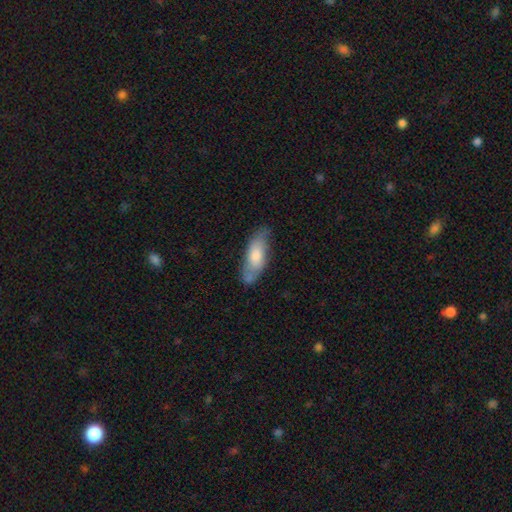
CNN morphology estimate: smooth_or_featured: smooth (p=0.70) [alt: featured or disk p=0.24]
how_rounded: in between (p=0.67) [alt: cigar-shaped p=0.31]
merging: none (p=0.63) [alt: minor disturbance p=0.25]